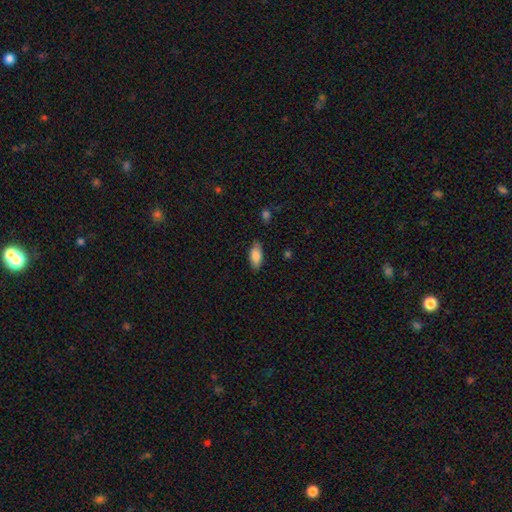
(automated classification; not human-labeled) A smooth galaxy with no disk features (85%) that is in between round and cigar-shaped (88%).

Vote fractions:
- Smooth or featured? smooth: 85% / featured or disk: 8% / star or artifact: 7%
- How rounded? in between: 88% / cigar-shaped: 10% / round: 2%
- Merging? none: 84% / minor disturbance: 12% / major disturbance: 3% / merger: 1%